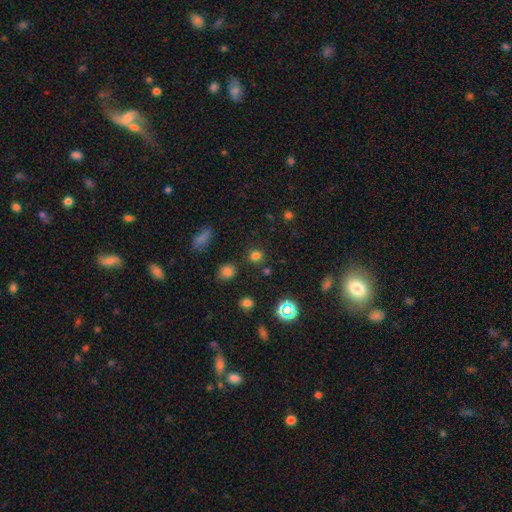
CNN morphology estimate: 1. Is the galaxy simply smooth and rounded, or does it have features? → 73% smooth, 22% star or artifact, 5% featured or disk.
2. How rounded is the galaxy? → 86% round, 13% in between, 1% cigar-shaped.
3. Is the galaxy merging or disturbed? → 83% none, 9% minor disturbance, 5% merger, 3% major disturbance.